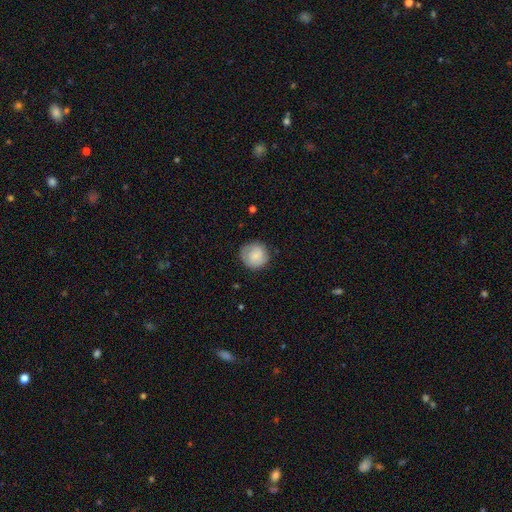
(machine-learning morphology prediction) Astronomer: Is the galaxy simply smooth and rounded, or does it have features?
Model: smooth — 73%.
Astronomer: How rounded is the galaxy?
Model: round — 91%.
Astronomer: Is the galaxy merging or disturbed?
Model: none — 79%.